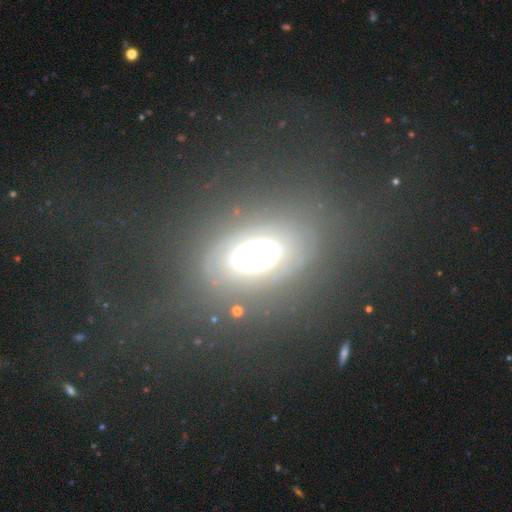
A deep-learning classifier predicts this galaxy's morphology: type=featured or disk (43%); merging=none (74%).